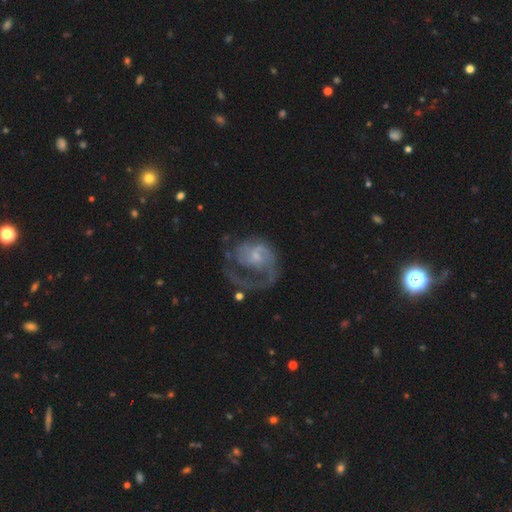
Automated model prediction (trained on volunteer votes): smooth_or_featured: featured or disk (p=0.79) [alt: smooth p=0.15]
disk_edge_on: no (p=0.98) [alt: yes p=0.02]
bar: no (p=0.63) [alt: weak p=0.32]
has_spiral_arms: yes (p=0.84) [alt: no p=0.16]
spiral_winding: medium (p=0.40) [alt: loose p=0.32]
spiral_arm_count: 1 (p=0.60) [alt: 2 p=0.21]
bulge_size: small (p=0.59) [alt: moderate p=0.20]
merging: major disturbance (p=0.45) [alt: none p=0.36]